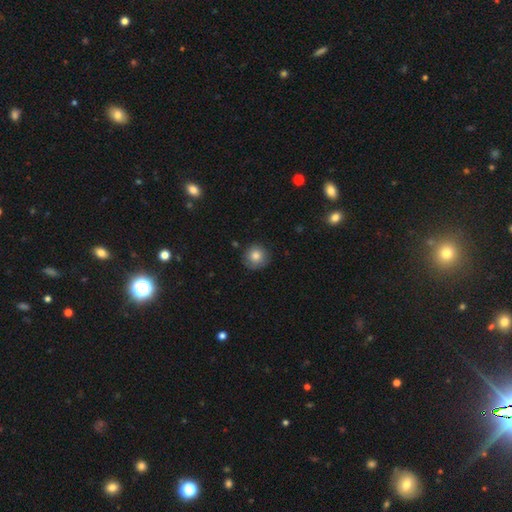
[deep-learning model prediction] smooth-or-featured: smooth: 82% | star or artifact: 9% | featured or disk: 9%
  how-rounded: round: 94% | in between: 5% | cigar-shaped: 1%
  merging: none: 85% | minor disturbance: 12% | major disturbance: 3% | merger: 1%